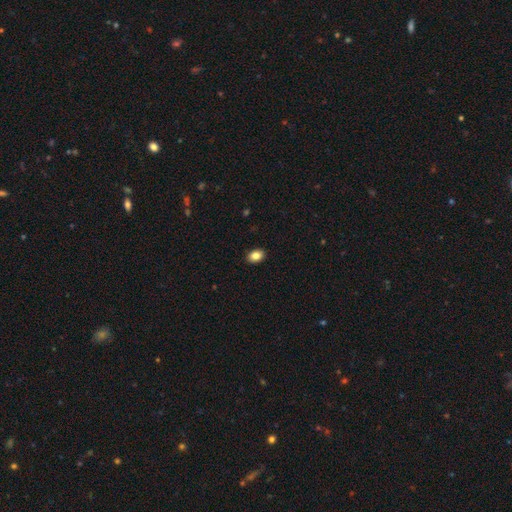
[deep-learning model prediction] Smooth or featured?
  - smooth: 85% *
  - star or artifact: 9%
  - featured or disk: 6%
How rounded?
  - in between: 80% *
  - round: 19%
  - cigar-shaped: 1%
Merging?
  - none: 90% *
  - minor disturbance: 7%
  - major disturbance: 2%
  - merger: 1%